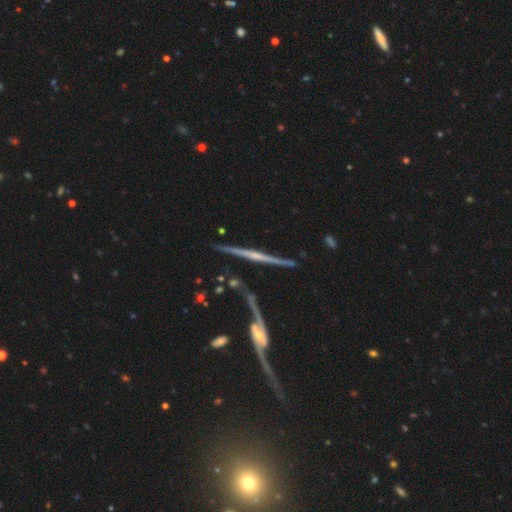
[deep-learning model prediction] Smooth or featured: featured or disk — 84% (smooth — 10%)
Edge-on disk: yes — 95% (no — 5%)
Edge-on bulge: rounded — 53% (none — 33%)
Merging: none — 68% (minor disturbance — 14%)